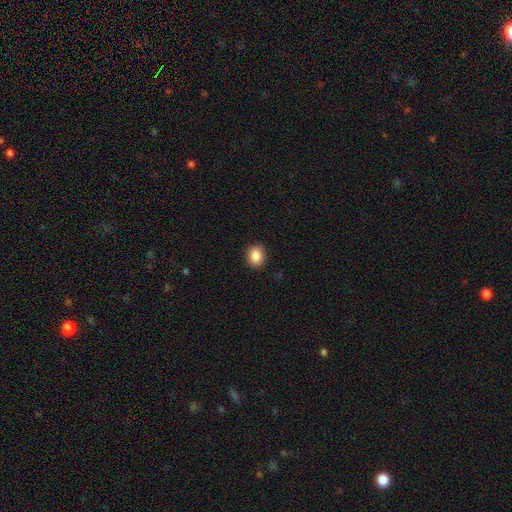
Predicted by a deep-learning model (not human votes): Morphology: type=smooth (87%); roundness=round (62%); merging=none (90%).